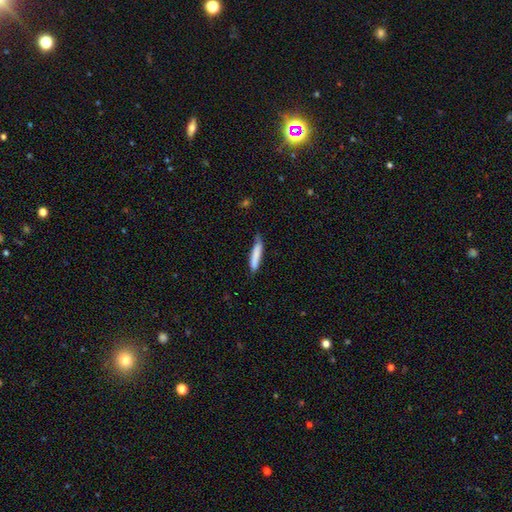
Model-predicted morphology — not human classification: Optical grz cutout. It shows a smooth galaxy with no disk features (81%) that is cigar-shaped (88%). Merging: none (65%).